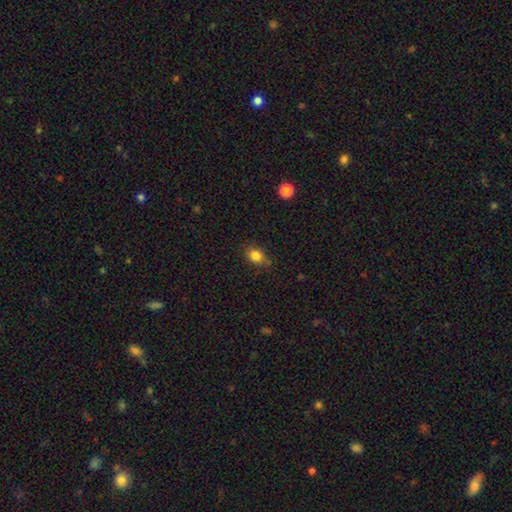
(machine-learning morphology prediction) Overall: smooth (83%). How rounded: in between (58%; round 40%). Merging: none (75%).